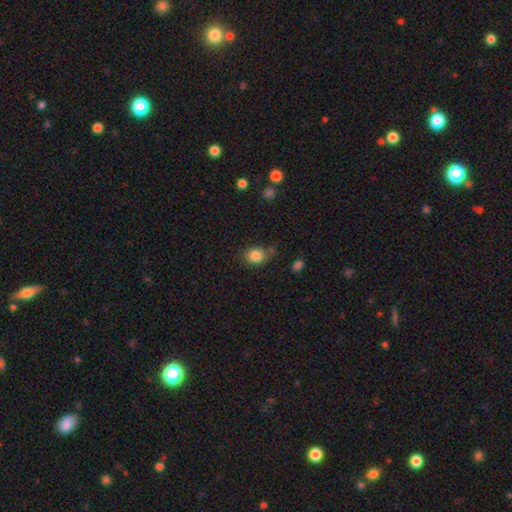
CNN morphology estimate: Smooth or featured?
  - smooth: 84% *
  - star or artifact: 10%
  - featured or disk: 6%
How rounded?
  - round: 57% *
  - in between: 42%
  - cigar-shaped: 1%
Merging?
  - none: 67% *
  - minor disturbance: 21%
  - merger: 6%
  - major disturbance: 5%